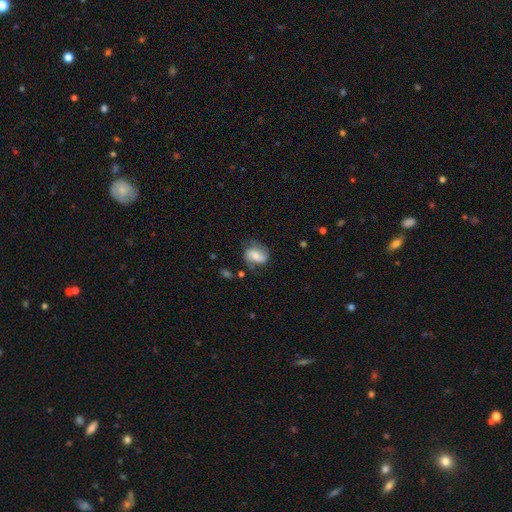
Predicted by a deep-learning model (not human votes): Smooth or featured?
  - smooth: 47% *
  - featured or disk: 45%
  - star or artifact: 8%
Merging?
  - none: 57% *
  - minor disturbance: 26%
  - major disturbance: 14%
  - merger: 3%